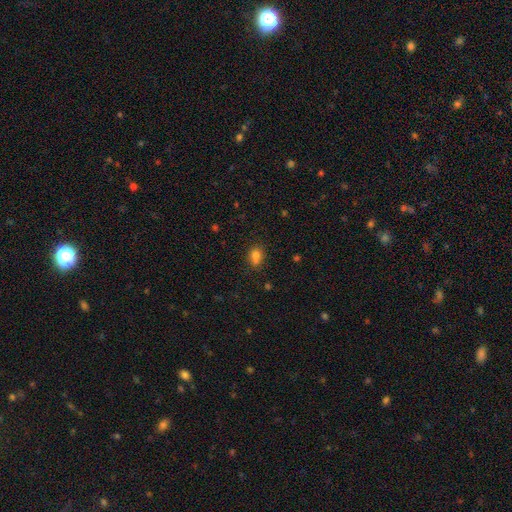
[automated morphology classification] Overall: smooth (77%). How rounded: in between (57%; round 41%). Merging: none (54%; merger 21%).